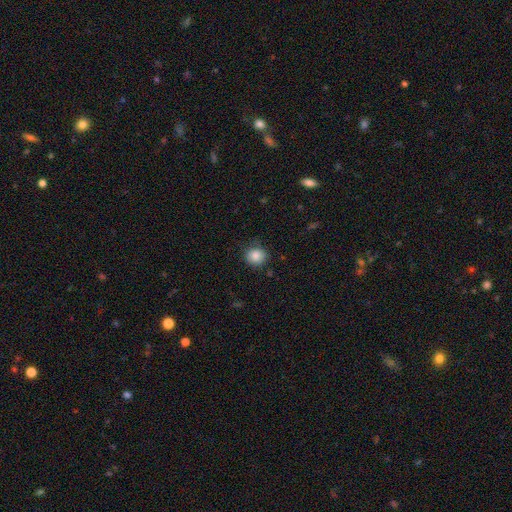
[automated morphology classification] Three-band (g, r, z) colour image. It shows a smooth galaxy with no disk features (85%) that is round (86%). Merging: none (79%).